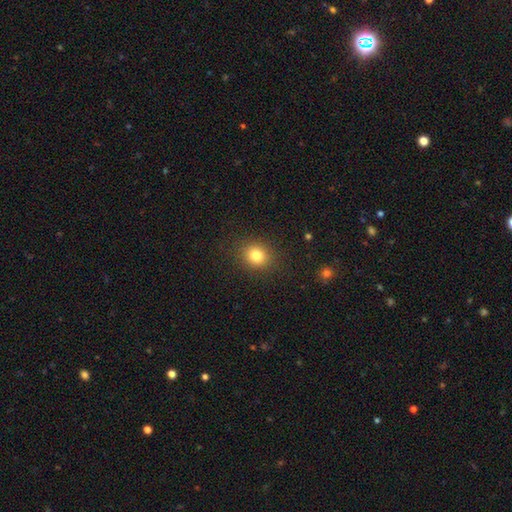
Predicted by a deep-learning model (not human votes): A smooth galaxy with no disk features (81%) that is round (70%). Merging: none (88%).